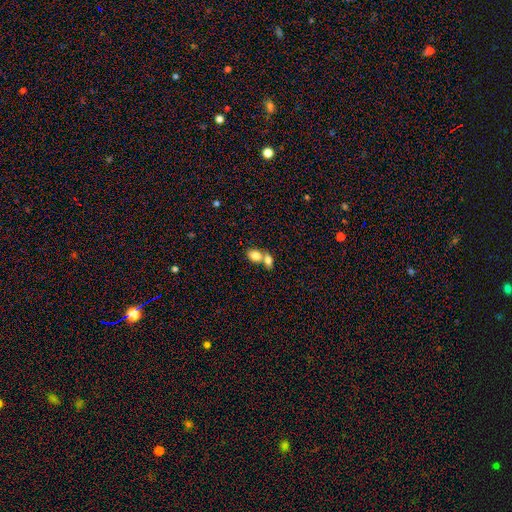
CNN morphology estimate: Overall: smooth (82%). How rounded: in between (69%; round 29%). Merging: merger (64%; none 27%).